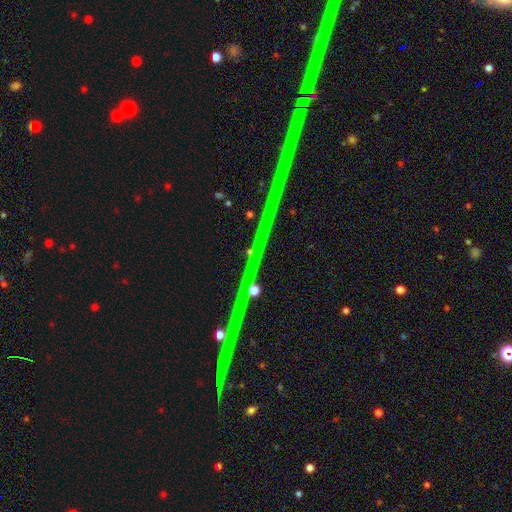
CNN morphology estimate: Smooth or featured? Predicted: star or artifact (p=0.85).